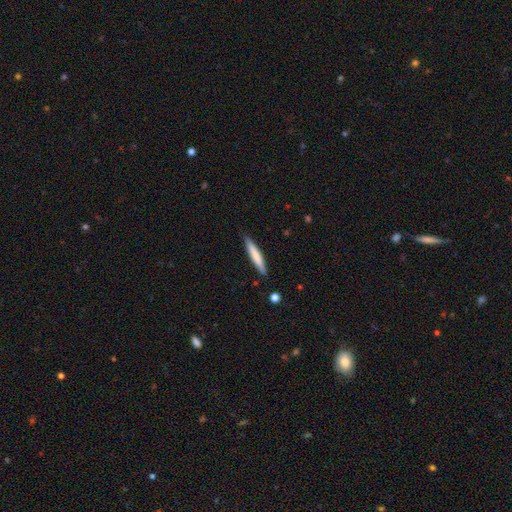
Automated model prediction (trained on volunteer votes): Q: Smooth or featured?
A: smooth (72%); runner-up: featured or disk (23%)
Q: How rounded?
A: cigar-shaped (94%); runner-up: in between (5%)
Q: Merging?
A: none (89%); runner-up: minor disturbance (9%)